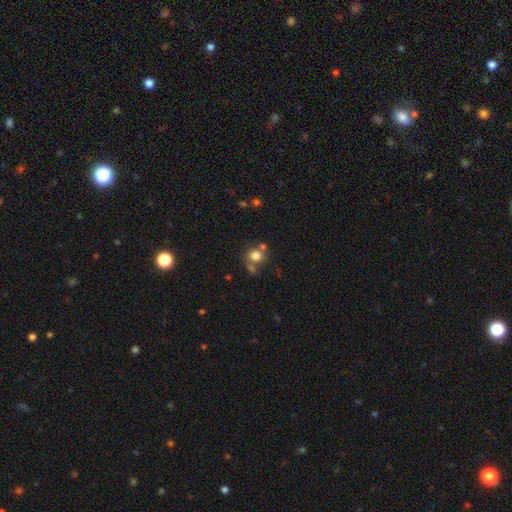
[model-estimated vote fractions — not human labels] Morphology: type=smooth (77%); roundness=round (83%); merging=none (56%).